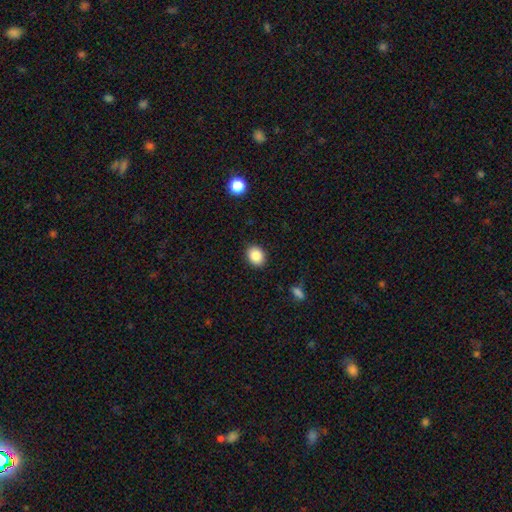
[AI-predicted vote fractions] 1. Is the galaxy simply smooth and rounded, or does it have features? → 87% smooth, 9% star or artifact, 4% featured or disk.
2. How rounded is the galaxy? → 56% in between, 43% round, 1% cigar-shaped.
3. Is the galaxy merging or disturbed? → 89% none, 8% minor disturbance, 2% major disturbance, 1% merger.